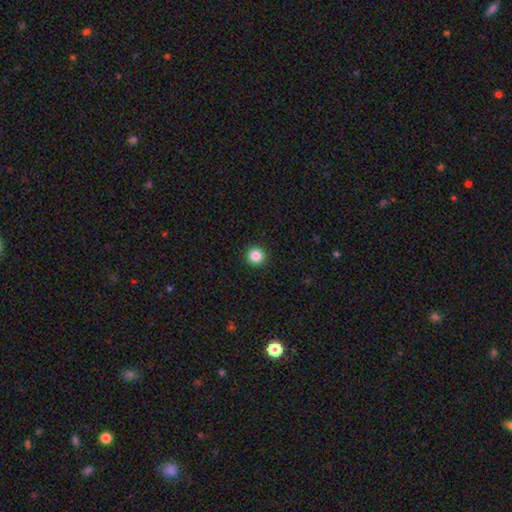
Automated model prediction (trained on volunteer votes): Smooth or featured? Predicted: smooth (p=0.86). How rounded? Predicted: round (p=0.96). Merging? Predicted: none (p=0.93).